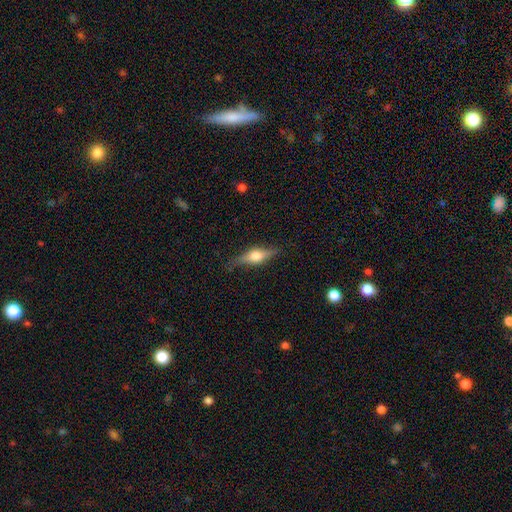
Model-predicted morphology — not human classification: Smooth or featured? Predicted: featured or disk (p=0.59). Edge-on disk? Predicted: yes (p=0.94). Edge-on bulge? Predicted: rounded (p=0.93). Merging? Predicted: none (p=0.82).